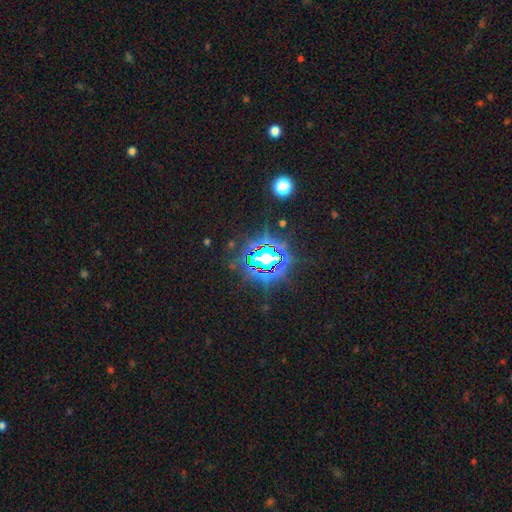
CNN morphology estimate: The model was most divided on "smooth or featured": star or artifact: 79%, smooth: 12%, featured or disk: 9%.